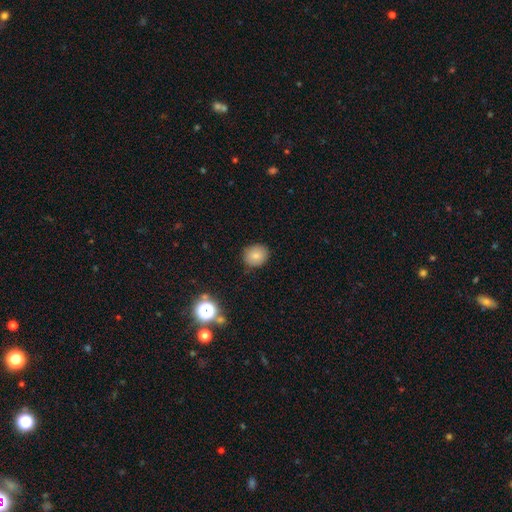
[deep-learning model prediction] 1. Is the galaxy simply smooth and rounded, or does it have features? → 80% smooth, 12% star or artifact, 8% featured or disk.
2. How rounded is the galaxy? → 77% round, 22% in between, 1% cigar-shaped.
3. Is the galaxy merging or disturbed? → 86% none, 10% minor disturbance, 2% major disturbance, 1% merger.